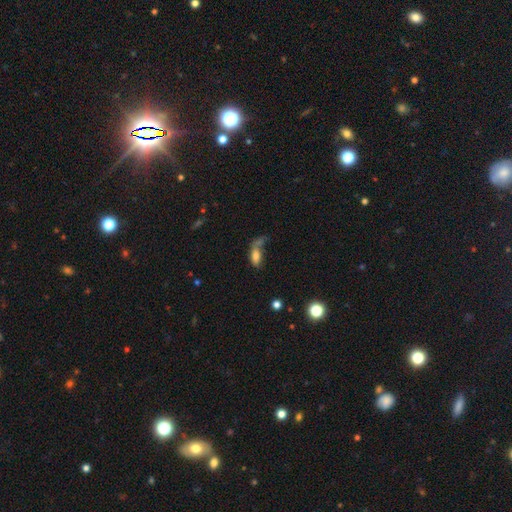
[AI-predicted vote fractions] Overall: smooth (73%). How rounded: in between (81%). Merging: merger (30%, tied with none).